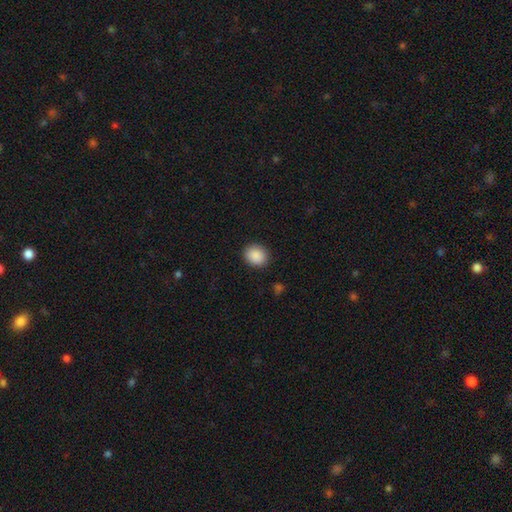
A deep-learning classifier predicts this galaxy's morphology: smooth 90%, star or artifact 8%, featured or disk 3%. Down the decision tree: how rounded — round (64%); merging — none (89%).